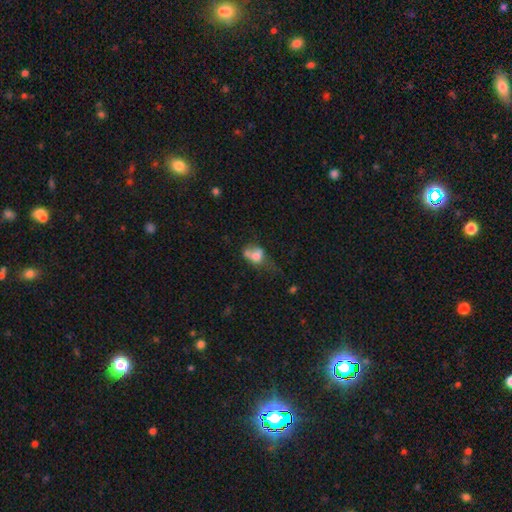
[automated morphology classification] The model was most divided on "merging": merger: 39%, major disturbance: 21%, none: 21%, minor disturbance: 19%. More confident: smooth or featured — smooth (63%); how rounded — in between (61%).